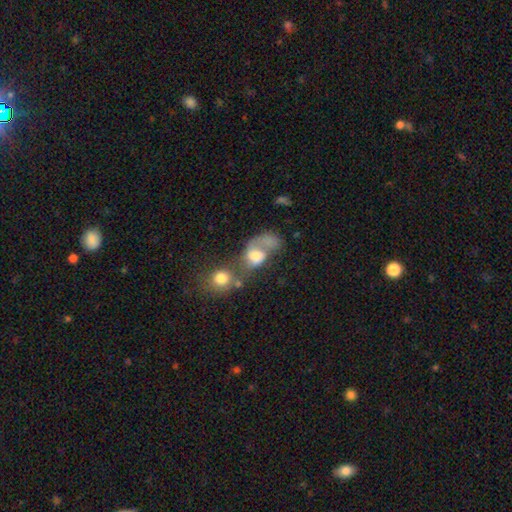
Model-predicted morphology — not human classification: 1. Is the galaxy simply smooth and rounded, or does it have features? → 54% smooth, 34% featured or disk, 11% star or artifact.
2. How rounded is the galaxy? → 67% in between, 31% round, 2% cigar-shaped.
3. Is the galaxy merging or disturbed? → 53% merger, 23% major disturbance, 14% none, 9% minor disturbance.